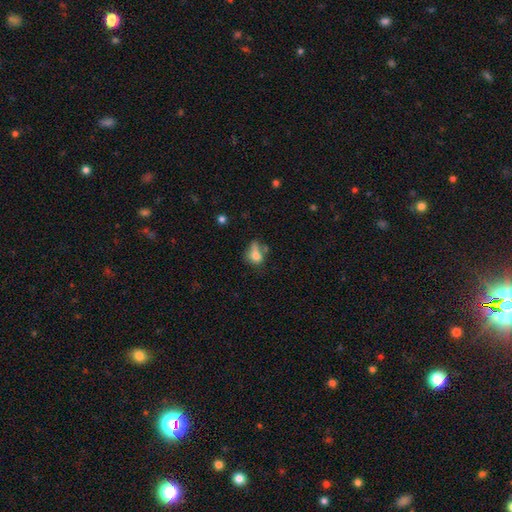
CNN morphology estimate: A smooth galaxy with no disk features (73%) that is in between round and cigar-shaped (59%).

Vote fractions:
- Smooth or featured? smooth: 73% / featured or disk: 16% / star or artifact: 12%
- How rounded? in between: 59% / round: 37% / cigar-shaped: 4%
- Merging? none: 34% / minor disturbance: 25% / merger: 22% / major disturbance: 18%